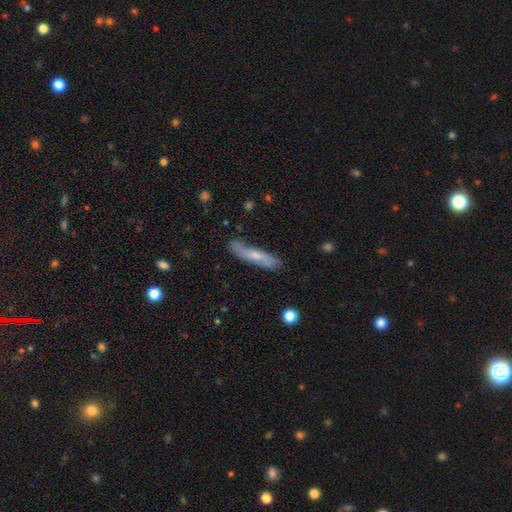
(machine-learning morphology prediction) Q: Smooth or featured?
A: smooth (51%); runner-up: featured or disk (43%)
Q: How rounded?
A: cigar-shaped (82%); runner-up: in between (16%)
Q: Merging?
A: none (75%); runner-up: minor disturbance (19%)